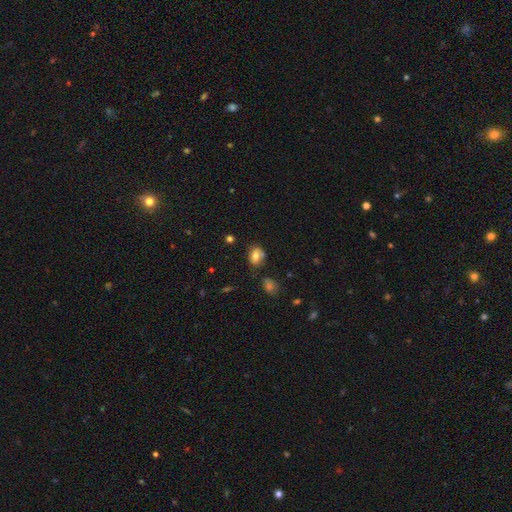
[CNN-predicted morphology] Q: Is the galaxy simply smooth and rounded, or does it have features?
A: smooth — 73%.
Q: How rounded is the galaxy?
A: in between — 66%.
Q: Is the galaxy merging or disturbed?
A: none — 60%.